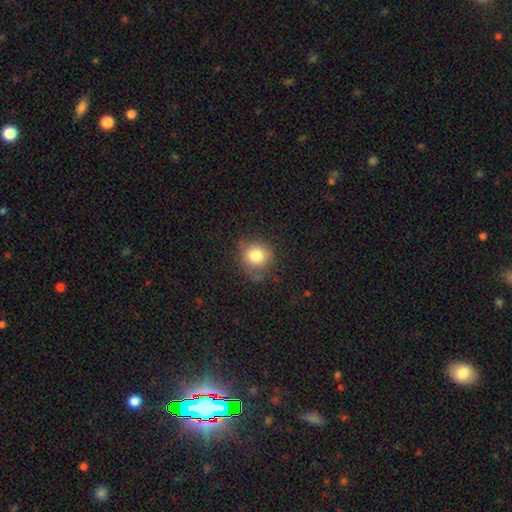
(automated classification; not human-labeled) smooth 79%, star or artifact 11%, featured or disk 10%. Down the decision tree: how rounded — round (85%); merging — none (68%).